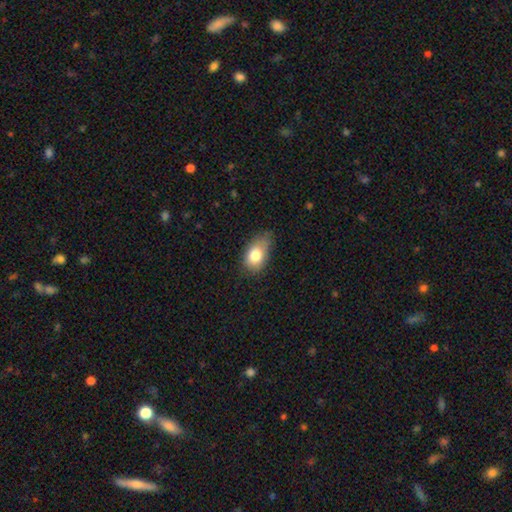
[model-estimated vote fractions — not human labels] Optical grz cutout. It shows a smooth galaxy with no disk features (78%) that is in between round and cigar-shaped (85%). Merging: none (50%).